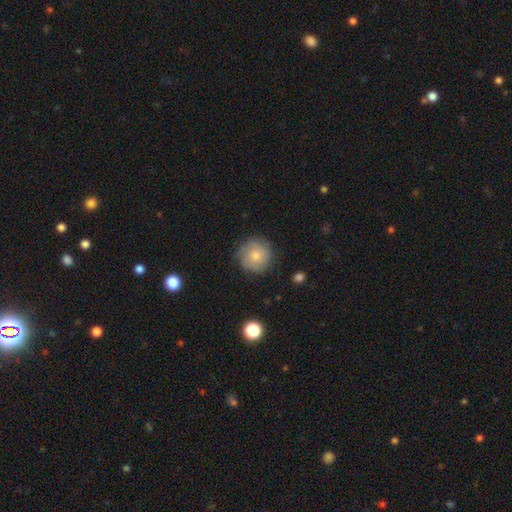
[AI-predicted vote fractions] Overall: smooth (71%). How rounded: round (94%). Merging: none (78%).